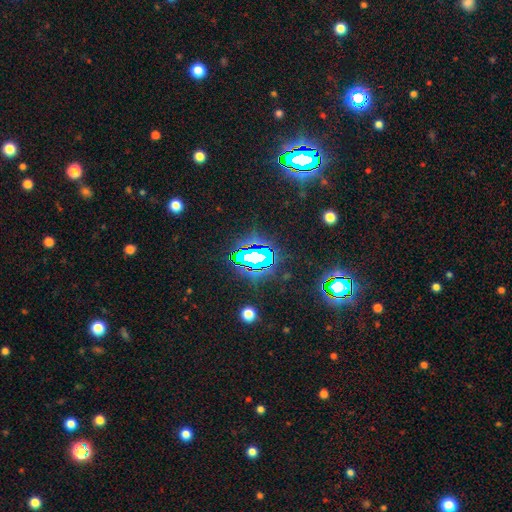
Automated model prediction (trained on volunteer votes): A star or artifact, not a galaxy (72%).

Vote fractions:
- Smooth or featured? star or artifact: 72% / smooth: 15% / featured or disk: 13%